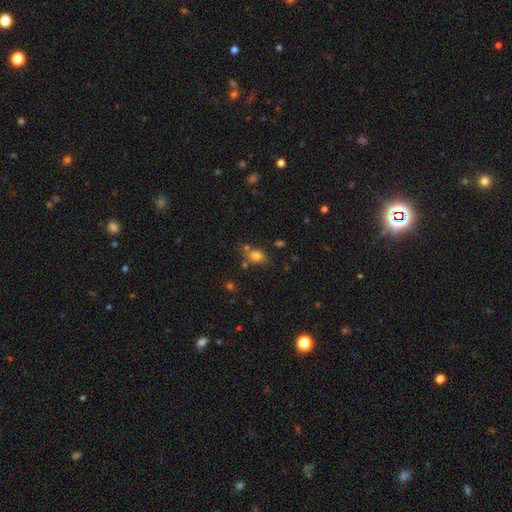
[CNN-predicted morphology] Q: Smooth or featured?
A: smooth (76%); runner-up: star or artifact (14%)
Q: How rounded?
A: in between (68%); runner-up: round (29%)
Q: Merging?
A: none (58%); runner-up: merger (18%)